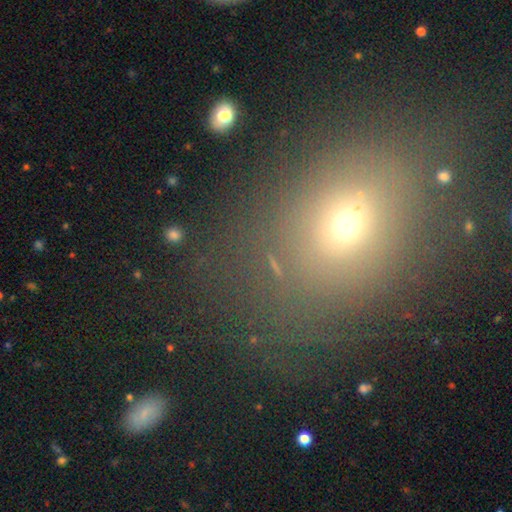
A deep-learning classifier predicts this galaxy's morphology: A smooth galaxy with no disk features (56%) that is in between round and cigar-shaped (55%). Merging: none (73%).